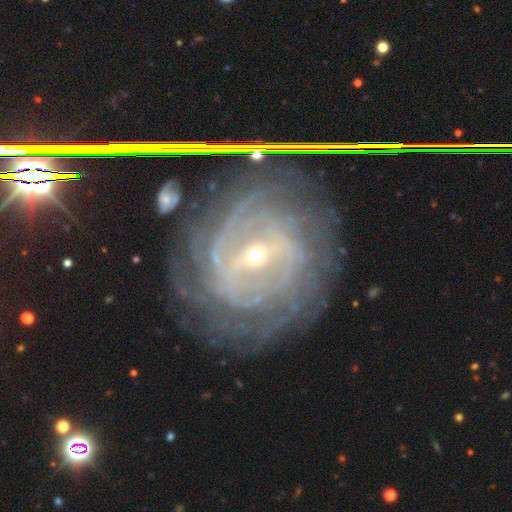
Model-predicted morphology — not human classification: The model was most divided on "bar": weak: 41%, strong: 39%, no: 20%. Remaining: spiral arms — yes (96%); edge-on disk — no (96%); smooth or featured — featured or disk (88%); merging — none (74%); bulge size — small (72%); spiral winding — tight (72%); spiral arm count — can't tell (29%).